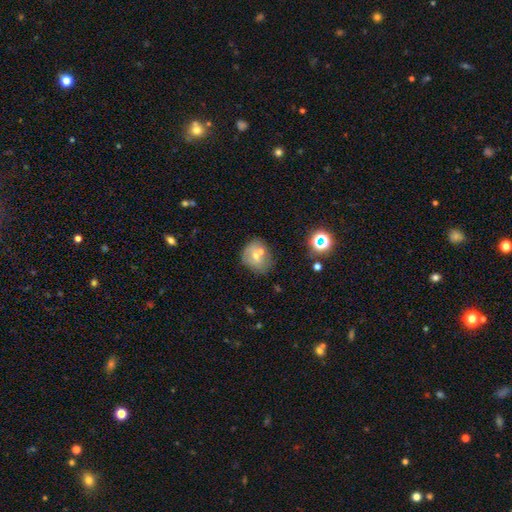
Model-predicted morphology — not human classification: A smooth galaxy with no disk features (58%) that is round (66%). Merging: none (48%).